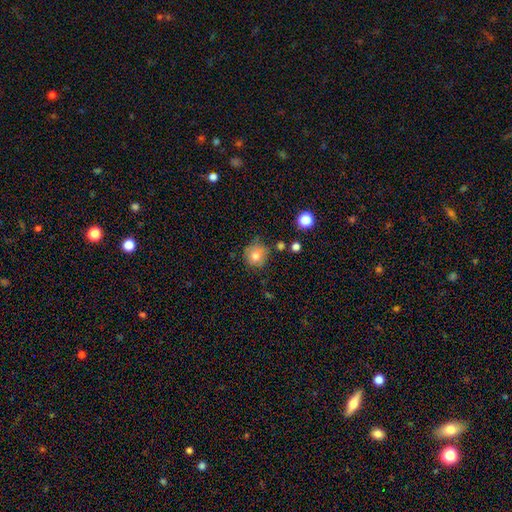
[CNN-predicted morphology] A smooth galaxy with no disk features (76%) that is round (88%). Merging: none (74%).